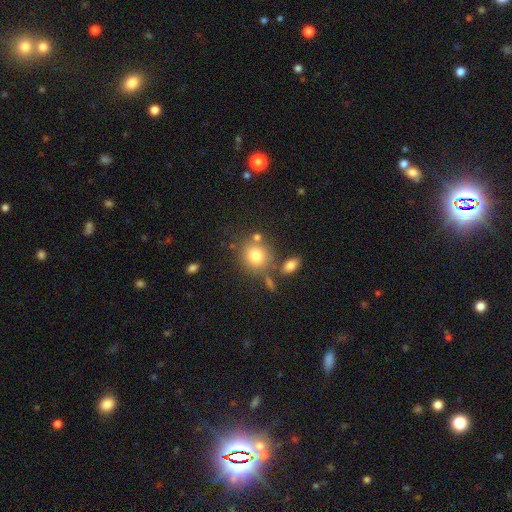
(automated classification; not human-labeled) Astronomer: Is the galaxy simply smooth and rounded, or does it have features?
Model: smooth — 78%.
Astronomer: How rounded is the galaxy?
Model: round — 83%.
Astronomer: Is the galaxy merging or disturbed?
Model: none — 70%.